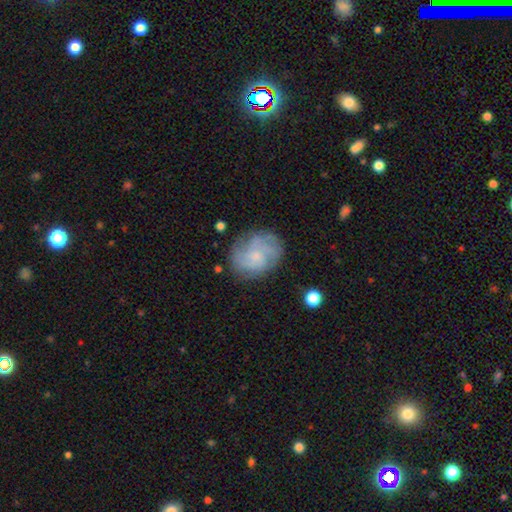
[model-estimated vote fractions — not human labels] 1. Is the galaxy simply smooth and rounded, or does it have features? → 68% featured or disk, 25% smooth, 8% star or artifact.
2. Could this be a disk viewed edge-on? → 98% no, 2% yes.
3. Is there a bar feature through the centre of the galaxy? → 76% no, 22% weak, 2% strong.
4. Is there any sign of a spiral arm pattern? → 91% yes, 9% no.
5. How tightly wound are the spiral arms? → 49% tight, 38% medium, 13% loose.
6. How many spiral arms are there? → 35% can't tell, 22% 3, 16% 4, 15% 2, 6% more than 4, 6% 1.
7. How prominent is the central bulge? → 71% small, 16% moderate, 11% none, 2% large, 1% dominant.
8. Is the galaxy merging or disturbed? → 73% none, 18% minor disturbance, 7% major disturbance, 2% merger.